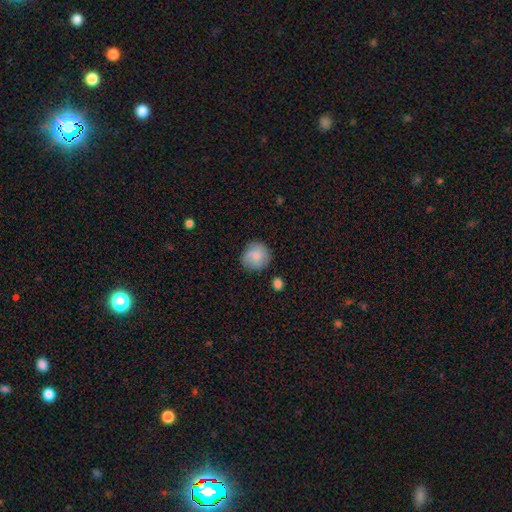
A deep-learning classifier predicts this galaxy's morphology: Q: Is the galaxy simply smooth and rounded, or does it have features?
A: smooth — 73%.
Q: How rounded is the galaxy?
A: round — 87%.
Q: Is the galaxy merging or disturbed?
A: none — 74%.